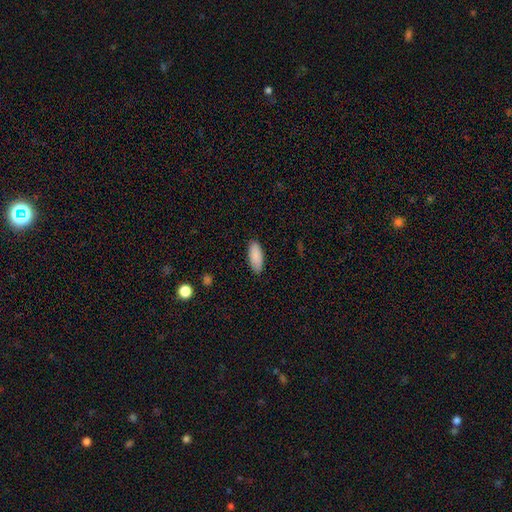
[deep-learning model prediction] Smooth or featured?
  - smooth: 89% *
  - star or artifact: 6%
  - featured or disk: 5%
How rounded?
  - in between: 81% *
  - cigar-shaped: 17%
  - round: 2%
Merging?
  - none: 88% *
  - minor disturbance: 9%
  - major disturbance: 2%
  - merger: 1%